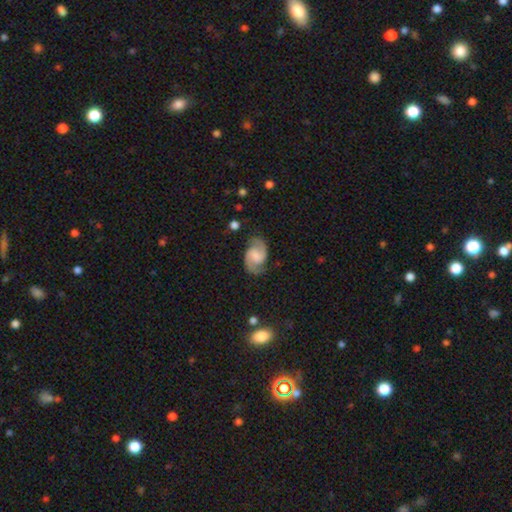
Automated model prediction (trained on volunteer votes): Q: Smooth or featured?
A: featured or disk (86%); runner-up: smooth (9%)
Q: Edge-on disk?
A: no (98%); runner-up: yes (2%)
Q: Bar?
A: weak (46%); runner-up: no (41%)
Q: Spiral arms?
A: yes (98%); runner-up: no (2%)
Q: Spiral winding?
A: medium (57%); runner-up: tight (23%)
Q: Spiral arm count?
A: 2 (94%); runner-up: can't tell (2%)
Q: Bulge size?
A: none (36%); runner-up: small (28%)
Q: Merging?
A: none (80%); runner-up: minor disturbance (14%)